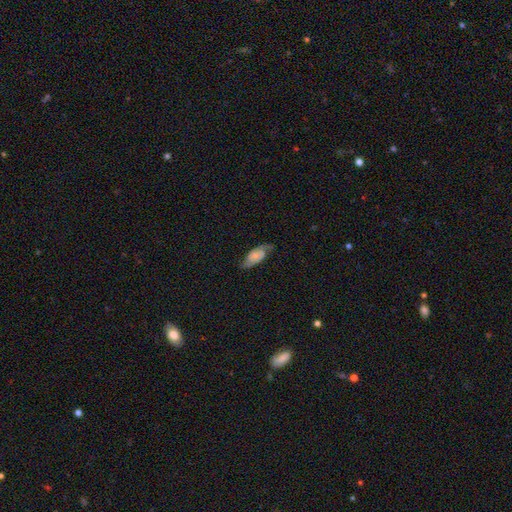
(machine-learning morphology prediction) Smooth or featured? Predicted: featured or disk (p=0.72). Edge-on disk? Predicted: no (p=0.94). Bar? Predicted: no (p=0.65). Spiral arms? Predicted: yes (p=0.93). Spiral winding? Predicted: medium (p=0.46). Spiral arm count? Predicted: 2 (p=0.88). Bulge size? Predicted: small (p=0.55). Merging? Predicted: none (p=0.72).